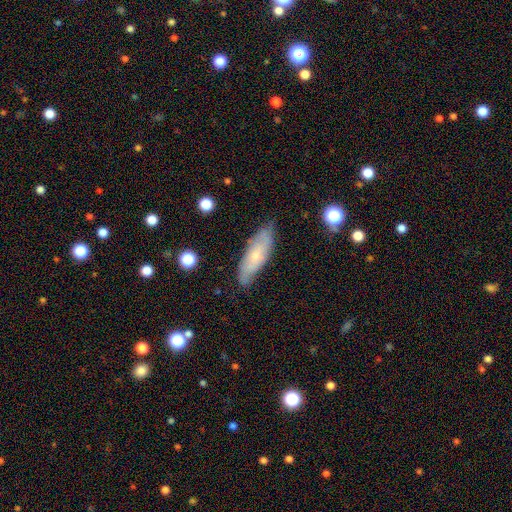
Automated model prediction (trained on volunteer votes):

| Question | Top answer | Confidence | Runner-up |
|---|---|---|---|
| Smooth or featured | smooth | 51% | featured or disk (42%) |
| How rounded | in between | 56% | cigar-shaped (42%) |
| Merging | none | 77% | minor disturbance (18%) |